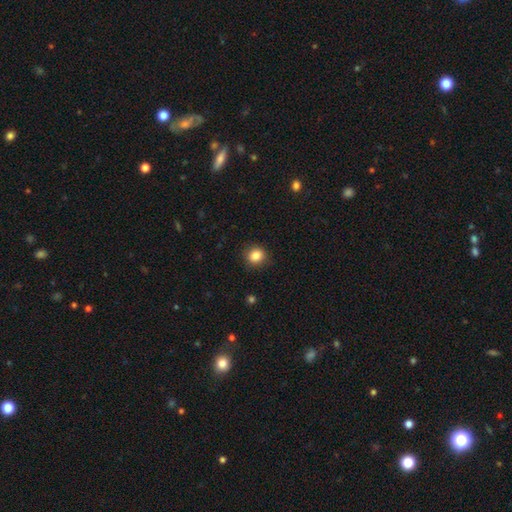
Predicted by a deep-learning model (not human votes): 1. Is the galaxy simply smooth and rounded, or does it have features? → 85% smooth, 10% star or artifact, 5% featured or disk.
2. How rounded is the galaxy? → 84% round, 15% in between, 1% cigar-shaped.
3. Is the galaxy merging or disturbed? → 87% none, 9% minor disturbance, 2% major disturbance, 1% merger.